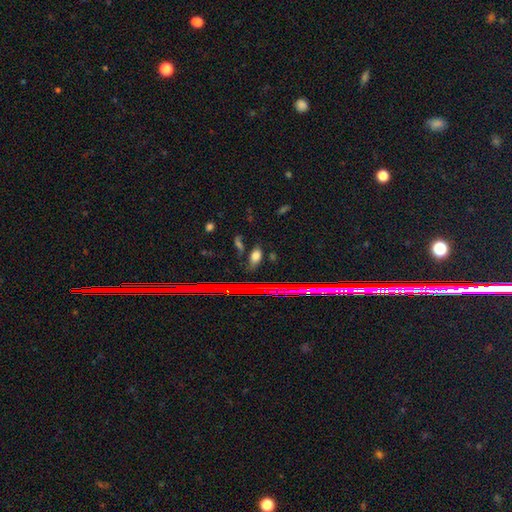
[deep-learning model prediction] This appears to be a smooth galaxy with no disk features (60%) that is in between round and cigar-shaped (85%). Merging: none (68%).